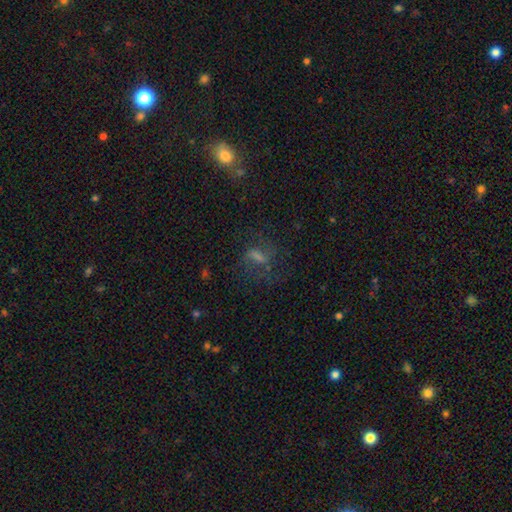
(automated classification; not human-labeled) The model was most divided on "smooth or featured": smooth: 40%, featured or disk: 33%, star or artifact: 28%. More confident: merging — none (61%).